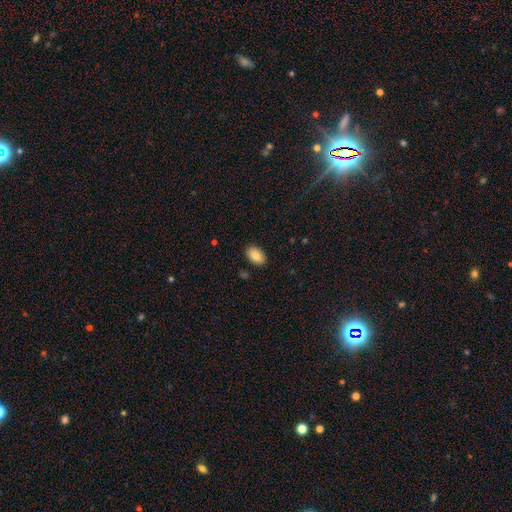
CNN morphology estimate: The model was most divided on "smooth or featured": smooth: 86%, star or artifact: 7%, featured or disk: 7%. More confident: how rounded — in between (91%); merging — none (88%).